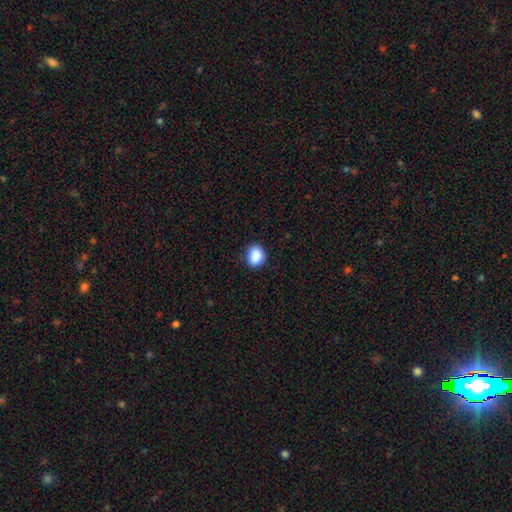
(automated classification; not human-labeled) A smooth galaxy with no disk features (88%) that is in between round and cigar-shaped (53%).

Vote fractions:
- Smooth or featured? smooth: 88% / star or artifact: 8% / featured or disk: 3%
- How rounded? in between: 53% / round: 46% / cigar-shaped: 1%
- Merging? none: 83% / minor disturbance: 13% / major disturbance: 3% / merger: 1%